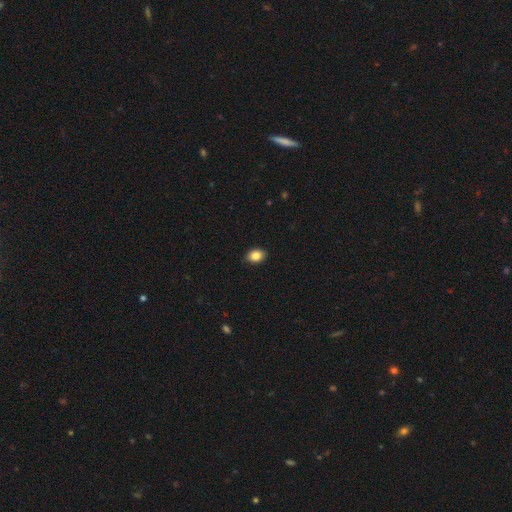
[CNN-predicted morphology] Overall: smooth (86%). How rounded: in between (70%). Merging: none (88%).